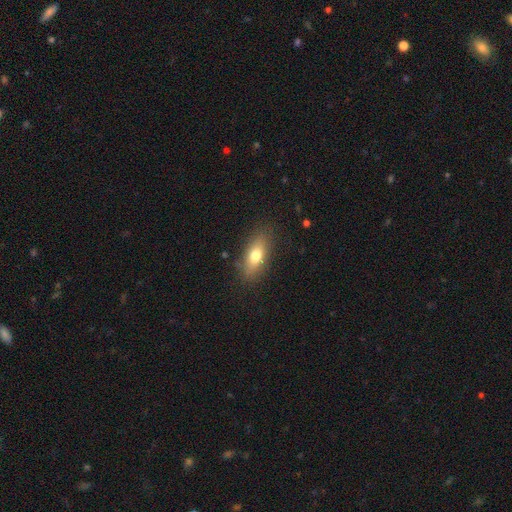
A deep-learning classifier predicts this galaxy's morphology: type=smooth (70%); roundness=in between (71%); merging=none (81%).